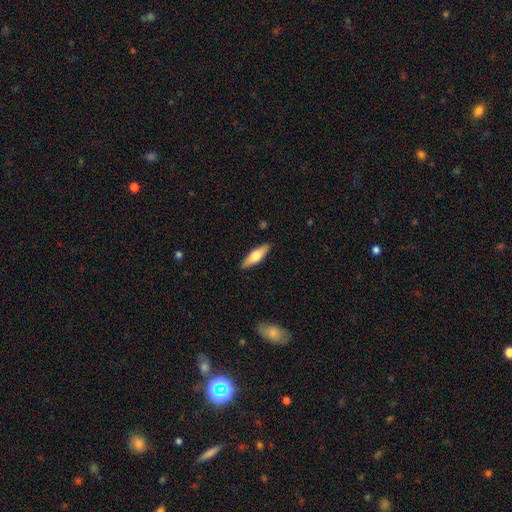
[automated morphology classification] This appears to be a smooth galaxy with no disk features (55%) that is cigar-shaped (57%). Merging: none (89%).